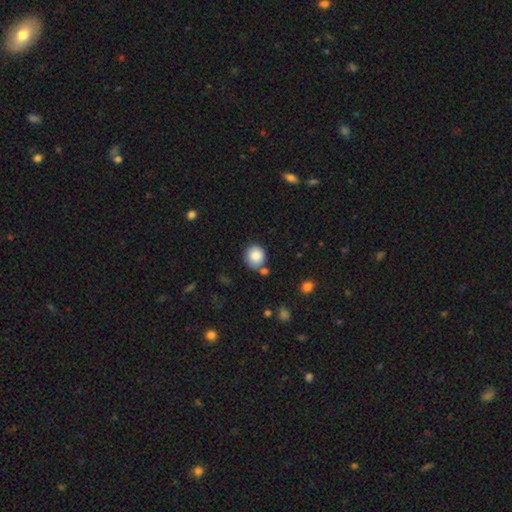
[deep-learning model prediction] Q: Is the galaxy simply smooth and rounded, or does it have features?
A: smooth — 86%.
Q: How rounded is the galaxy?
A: round — 84%.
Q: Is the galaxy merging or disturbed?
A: none — 73%.